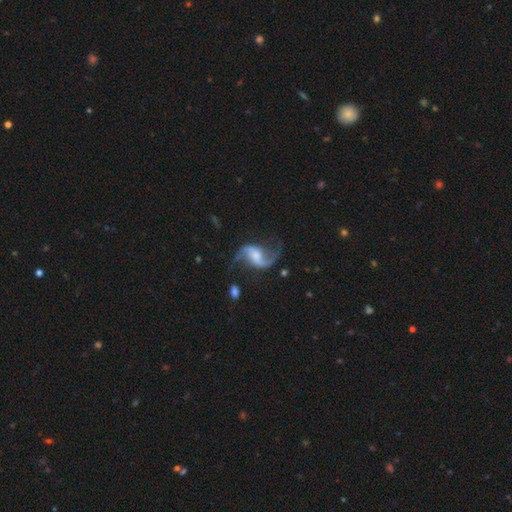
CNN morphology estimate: smooth-or-featured: featured or disk: 88% | smooth: 7% | star or artifact: 5%
  disk-edge-on: no: 98% | yes: 2%
    bar: weak: 42% | no: 37% | strong: 21%
    has-spiral-arms: yes: 97% | no: 3%
      spiral-winding: loose: 77% | medium: 20% | tight: 4%
      spiral-arm-count: 2: 93% | 1: 3% | can't tell: 2% | 3: 1% | 4: 1% | more than 4: 1%
    bulge-size: moderate: 36% | small: 30% | none: 18% | large: 14% | dominant: 2%
  merging: none: 69% | minor disturbance: 16% | major disturbance: 12% | merger: 3%